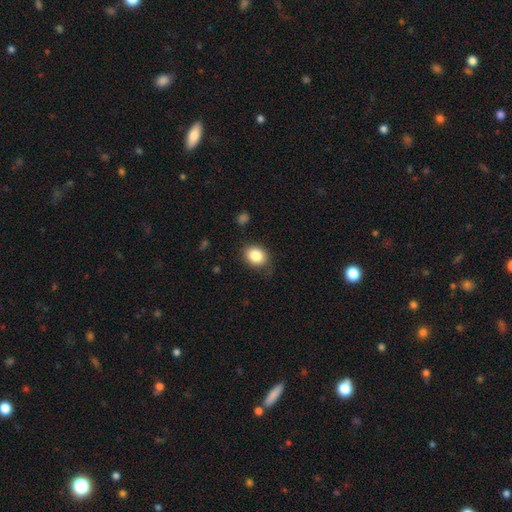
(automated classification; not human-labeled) The model was most divided on "how rounded": round: 51%, in between: 48%, cigar-shaped: 1%. More confident: smooth or featured — smooth (85%); merging — none (79%).